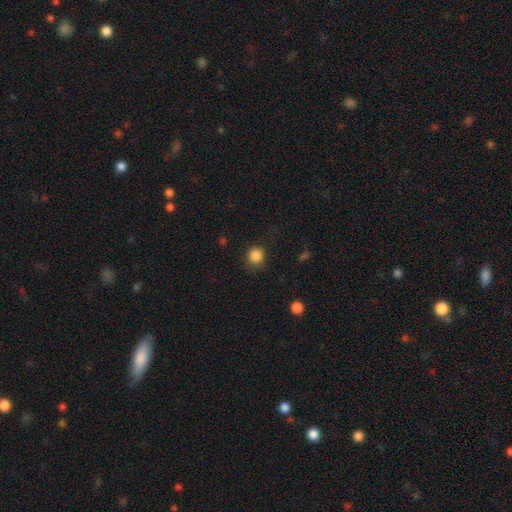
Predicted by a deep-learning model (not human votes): A smooth galaxy with no disk features (86%) that is round (86%). Merging: none (81%).